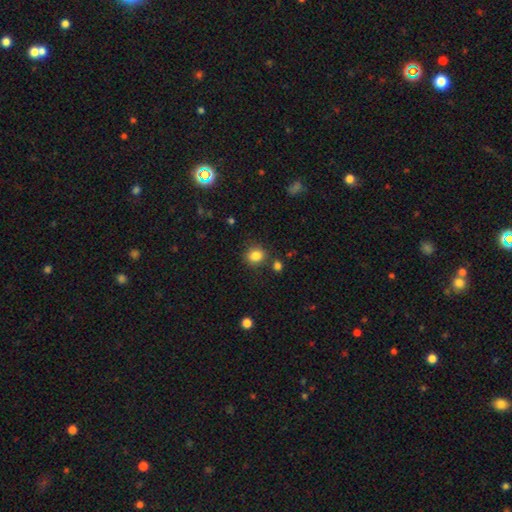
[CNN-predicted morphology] Smooth or featured? Predicted: smooth (p=0.84). How rounded? Predicted: round (p=0.72). Merging? Predicted: none (p=0.81).